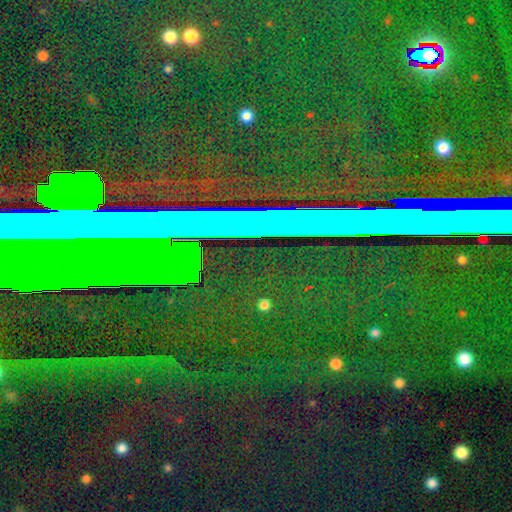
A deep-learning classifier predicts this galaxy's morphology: Q: Smooth or featured?
A: star or artifact (84%); runner-up: featured or disk (8%)